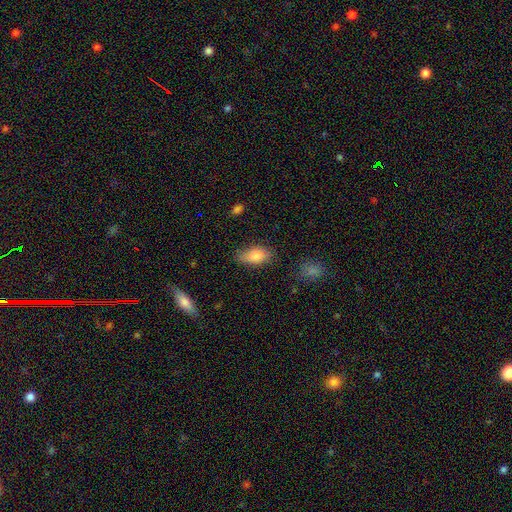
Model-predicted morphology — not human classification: smooth_or_featured: smooth (p=0.83) [alt: featured or disk p=0.10]
how_rounded: in between (p=0.90) [alt: cigar-shaped p=0.06]
merging: none (p=0.69) [alt: minor disturbance p=0.24]